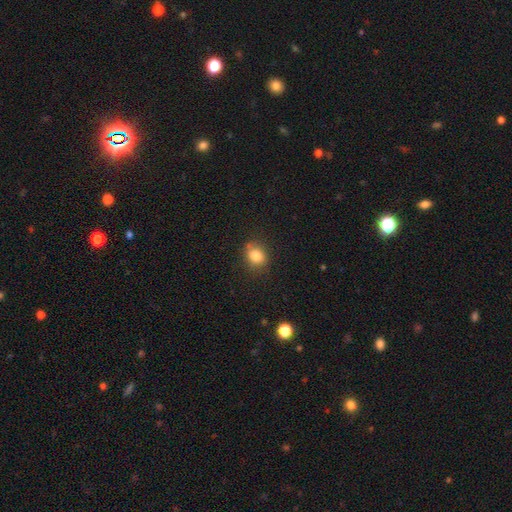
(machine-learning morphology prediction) Smooth or featured? Predicted: smooth (p=0.83). How rounded? Predicted: round (p=0.59). Merging? Predicted: none (p=0.77).